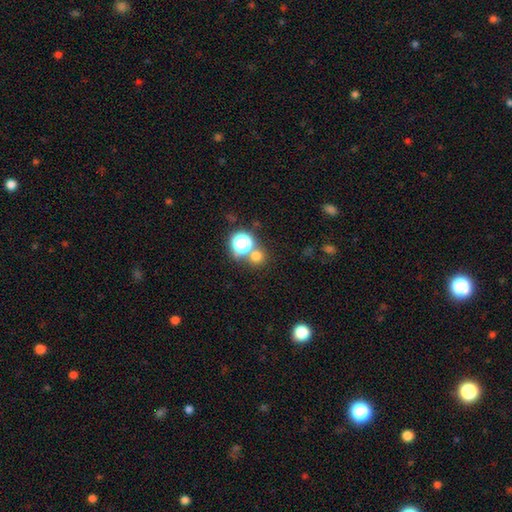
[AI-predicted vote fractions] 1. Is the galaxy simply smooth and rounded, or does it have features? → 69% smooth, 24% star or artifact, 7% featured or disk.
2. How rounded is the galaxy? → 89% round, 10% in between, 1% cigar-shaped.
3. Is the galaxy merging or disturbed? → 67% none, 23% merger, 7% minor disturbance, 3% major disturbance.